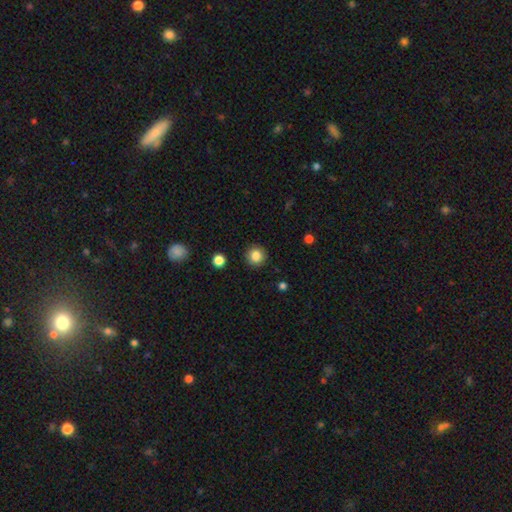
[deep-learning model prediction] The model was most divided on "smooth or featured": smooth: 84%, star or artifact: 10%, featured or disk: 5%. More confident: how rounded — round (94%); merging — none (92%).